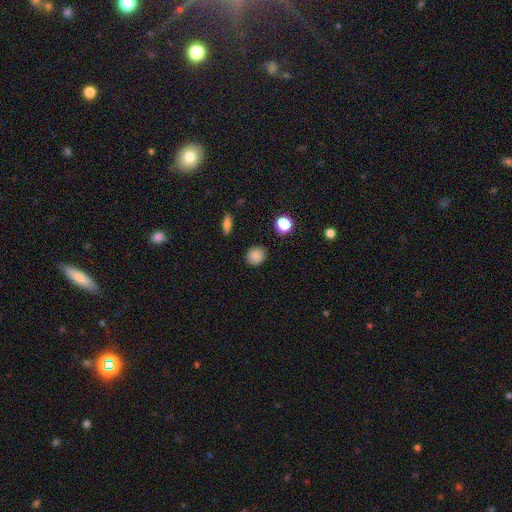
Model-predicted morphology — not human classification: Smooth or featured?
  - smooth: 86% *
  - star or artifact: 10%
  - featured or disk: 4%
How rounded?
  - round: 74% *
  - in between: 25%
  - cigar-shaped: 1%
Merging?
  - none: 86% *
  - minor disturbance: 10%
  - major disturbance: 3%
  - merger: 2%